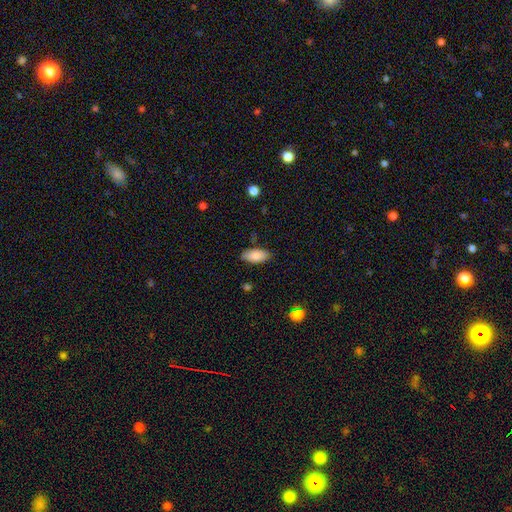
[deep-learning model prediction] A smooth galaxy with no disk features (87%) that is in between round and cigar-shaped (92%).

Vote fractions:
- Smooth or featured? smooth: 87% / featured or disk: 7% / star or artifact: 6%
- How rounded? in between: 92% / cigar-shaped: 6% / round: 2%
- Merging? none: 84% / minor disturbance: 12% / major disturbance: 3% / merger: 2%